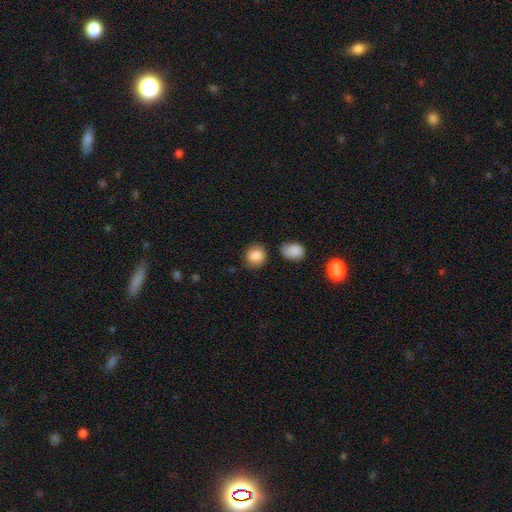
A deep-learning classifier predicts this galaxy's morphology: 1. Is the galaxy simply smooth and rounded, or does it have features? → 87% smooth, 8% star or artifact, 6% featured or disk.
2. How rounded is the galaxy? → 81% round, 18% in between, 1% cigar-shaped.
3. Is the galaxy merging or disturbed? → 77% none, 15% minor disturbance, 4% merger, 4% major disturbance.